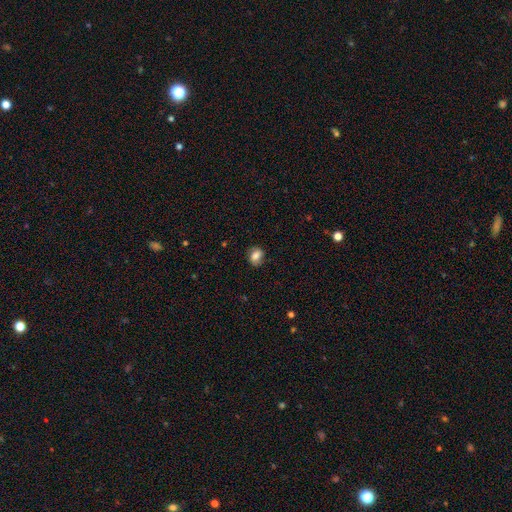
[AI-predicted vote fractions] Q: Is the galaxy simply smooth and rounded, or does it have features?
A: smooth — 76%.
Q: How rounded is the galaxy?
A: in between — 53%.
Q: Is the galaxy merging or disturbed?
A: none — 79%.